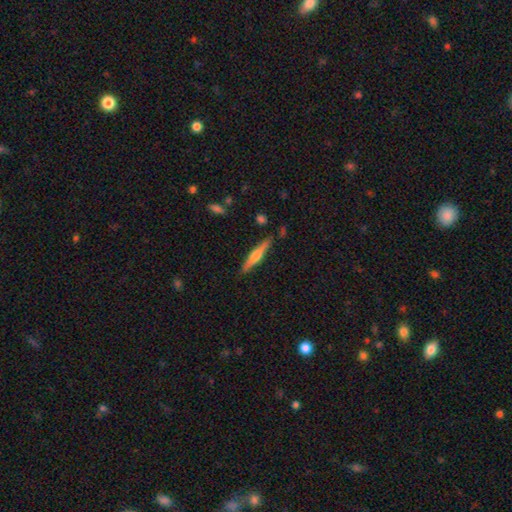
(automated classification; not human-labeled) The model was most divided on "smooth or featured": featured or disk: 58%, smooth: 36%, star or artifact: 6%. More confident: edge-on disk — yes (97%); merging — none (86%); edge-on bulge — rounded (76%).